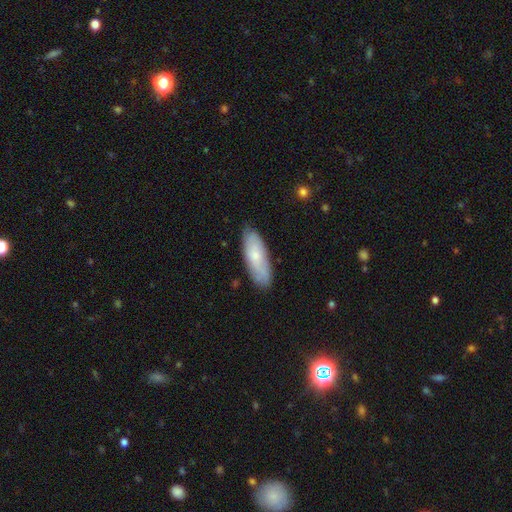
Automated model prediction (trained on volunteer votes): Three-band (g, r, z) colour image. It shows a smooth galaxy with no disk features (64%) that is in between round and cigar-shaped (64%). Merging: none (80%).